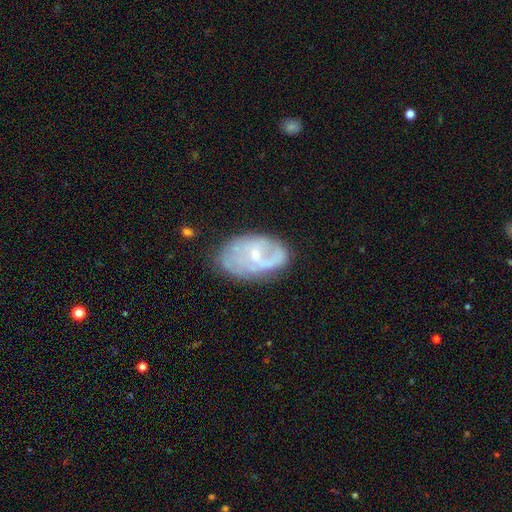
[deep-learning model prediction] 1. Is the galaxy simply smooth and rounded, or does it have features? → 64% featured or disk, 28% smooth, 7% star or artifact.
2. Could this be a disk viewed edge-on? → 96% no, 4% yes.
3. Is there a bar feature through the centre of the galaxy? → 52% no, 40% weak, 8% strong.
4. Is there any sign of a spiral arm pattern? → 64% yes, 36% no.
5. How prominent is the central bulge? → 64% small, 28% moderate, 6% none, 1% large, 1% dominant.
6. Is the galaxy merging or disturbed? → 58% none, 26% minor disturbance, 14% major disturbance, 3% merger.